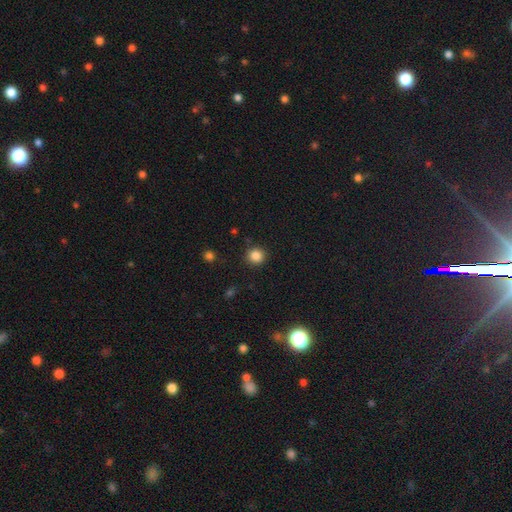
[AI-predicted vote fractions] Overall: smooth (85%). How rounded: round (91%). Merging: none (88%).